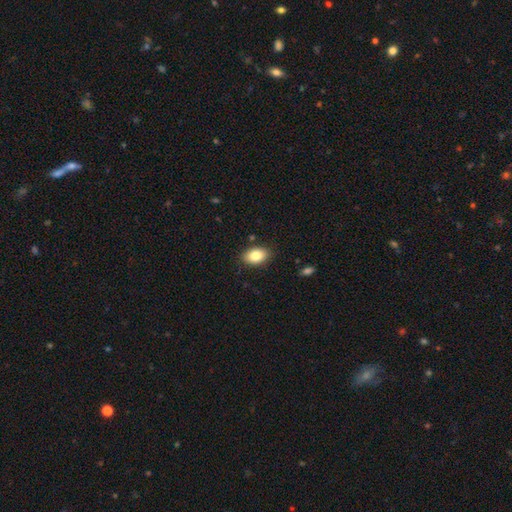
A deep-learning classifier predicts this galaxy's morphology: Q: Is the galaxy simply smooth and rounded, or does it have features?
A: smooth — 85%.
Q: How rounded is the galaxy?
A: in between — 89%.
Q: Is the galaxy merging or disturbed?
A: none — 86%.